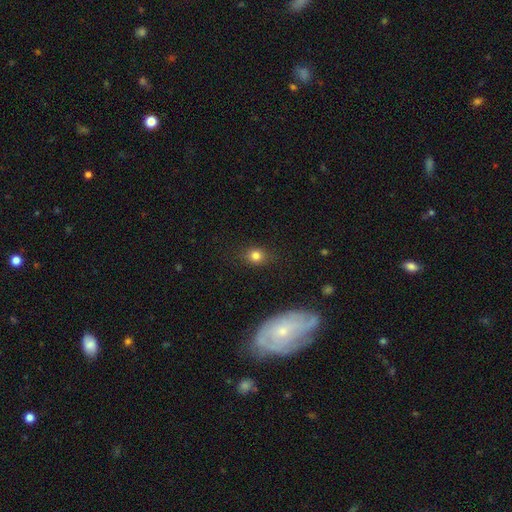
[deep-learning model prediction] Overall: smooth (80%). How rounded: round (65%; in between 33%). Merging: none (85%).